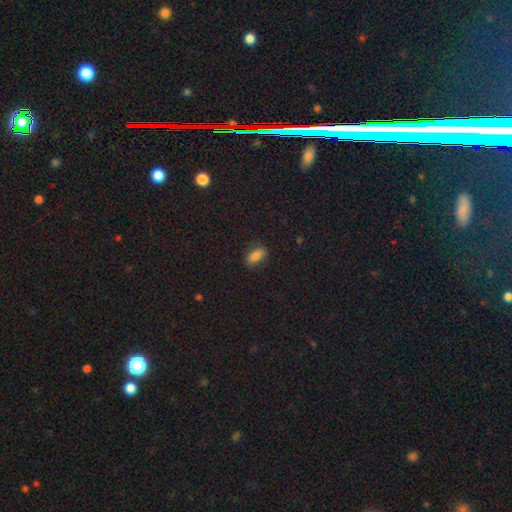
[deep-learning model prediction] Morphology: type=smooth (84%); roundness=in between (87%); merging=none (83%).